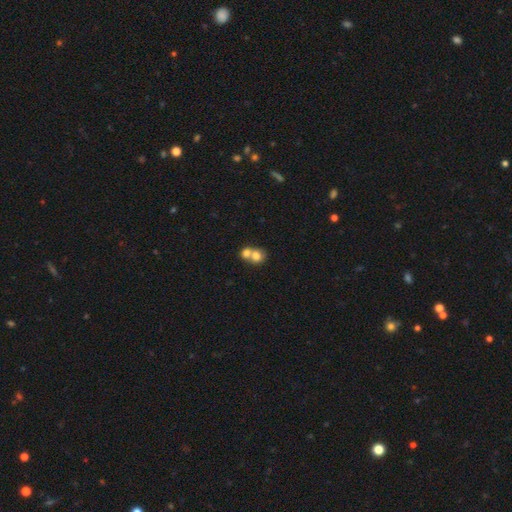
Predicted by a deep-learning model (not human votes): Smooth or featured? Predicted: smooth (p=0.74). How rounded? Predicted: round (p=0.73). Merging? Predicted: merger (p=0.68).